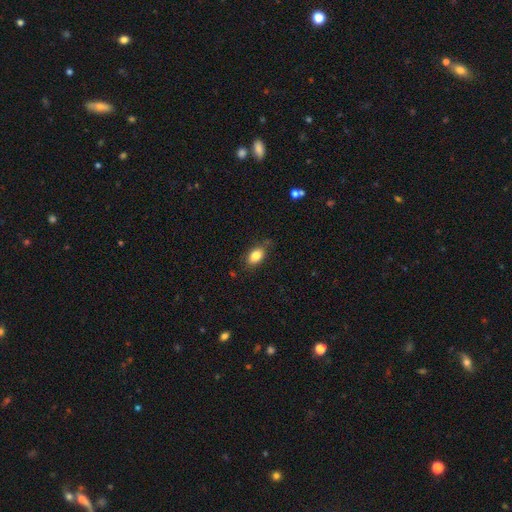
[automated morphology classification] Smooth or featured? smooth (84%)
How rounded? in between (86%)
Merging? none (78%)